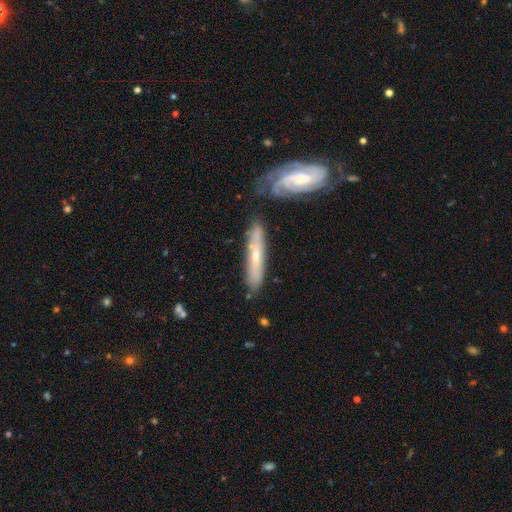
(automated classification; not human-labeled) Smooth or featured?
  - featured or disk: 54% *
  - smooth: 40%
  - star or artifact: 6%
Edge-on disk?
  - yes: 59% *
  - no: 41%
Merging?
  - none: 73% *
  - minor disturbance: 16%
  - merger: 7%
  - major disturbance: 4%